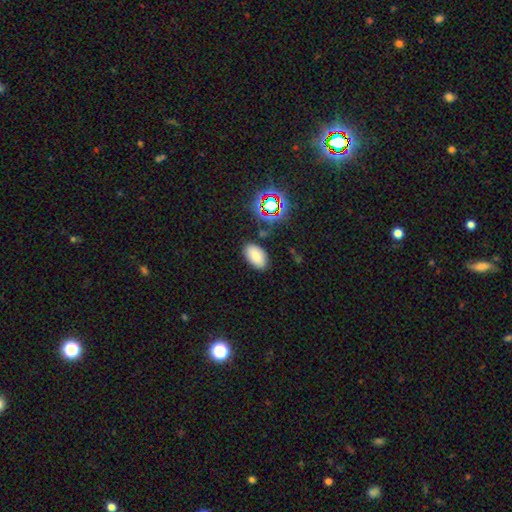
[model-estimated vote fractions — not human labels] The model was most divided on "smooth or featured": smooth: 78%, star or artifact: 14%, featured or disk: 8%. More confident: how rounded — in between (93%); merging — none (84%).